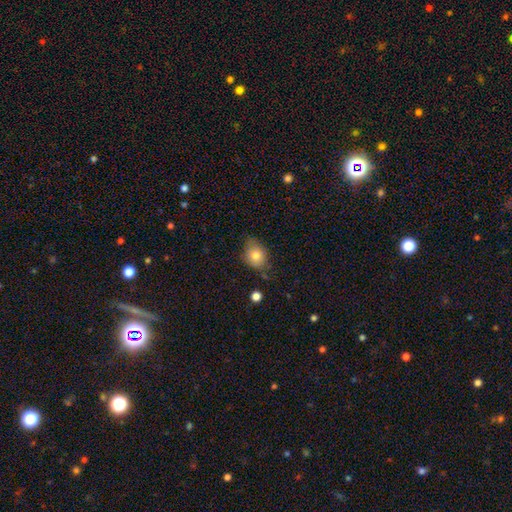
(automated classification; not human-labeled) Smooth or featured?
  - smooth: 78% *
  - featured or disk: 13%
  - star or artifact: 9%
How rounded?
  - in between: 51% *
  - round: 48%
  - cigar-shaped: 1%
Merging?
  - none: 62% *
  - minor disturbance: 29%
  - major disturbance: 6%
  - merger: 3%